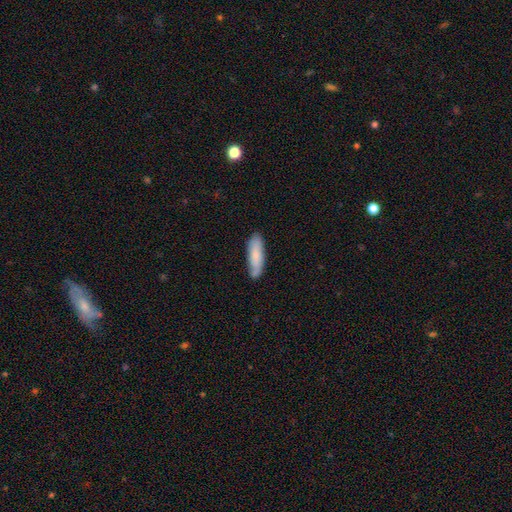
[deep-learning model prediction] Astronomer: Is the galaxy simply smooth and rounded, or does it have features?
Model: smooth — 77%.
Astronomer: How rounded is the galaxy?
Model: cigar-shaped — 50% (runner-up: in between, 49%).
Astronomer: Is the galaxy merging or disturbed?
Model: none — 74%.